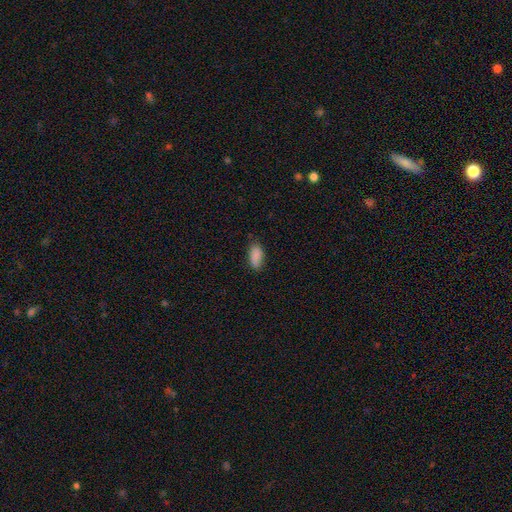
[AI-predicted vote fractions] The model was most divided on "merging": none: 75%, minor disturbance: 20%, major disturbance: 4%, merger: 2%. More confident: smooth or featured — smooth (87%); how rounded — in between (86%).